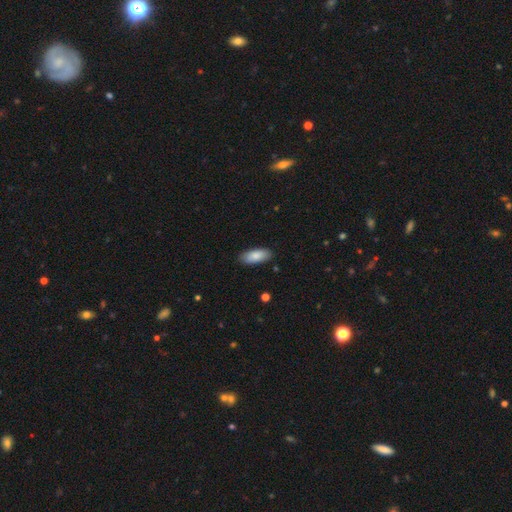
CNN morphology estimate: smooth 85%, featured or disk 9%, star or artifact 6%. Down the decision tree: how rounded — in between (83%); merging — none (87%).